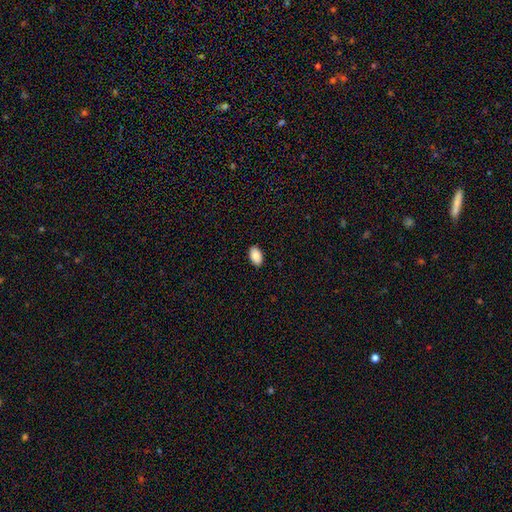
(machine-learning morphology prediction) Smooth or featured?
  - smooth: 89% *
  - star or artifact: 7%
  - featured or disk: 4%
How rounded?
  - in between: 93% *
  - round: 6%
  - cigar-shaped: 1%
Merging?
  - none: 89% *
  - minor disturbance: 8%
  - major disturbance: 2%
  - merger: 1%